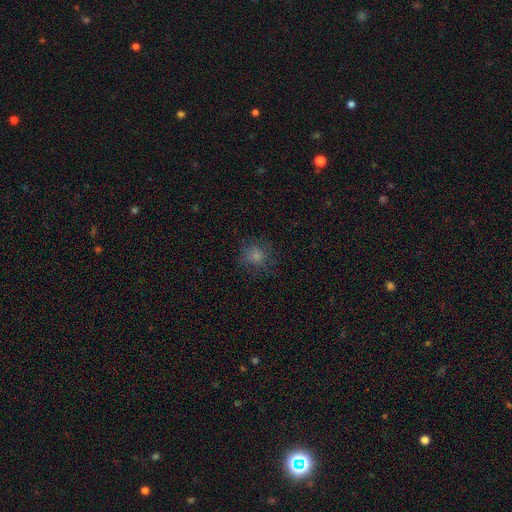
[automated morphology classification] The model was most divided on "merging": none: 75%, minor disturbance: 16%, major disturbance: 8%, merger: 1%. More confident: how rounded — round (84%); smooth or featured — smooth (76%).